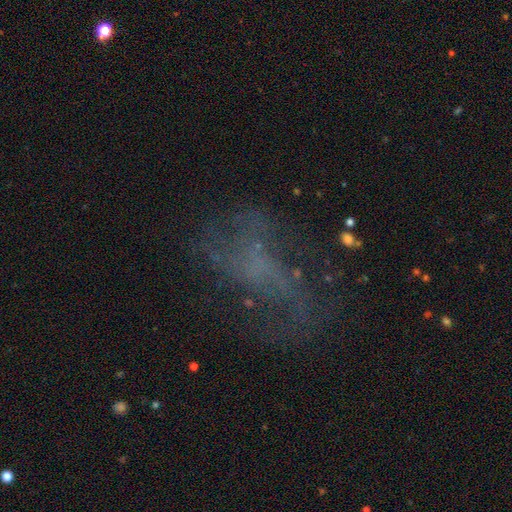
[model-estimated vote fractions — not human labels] featured or disk 50%, star or artifact 25%, smooth 24%. Down the decision tree: edge-on disk — no (96%); merging — none (46%).